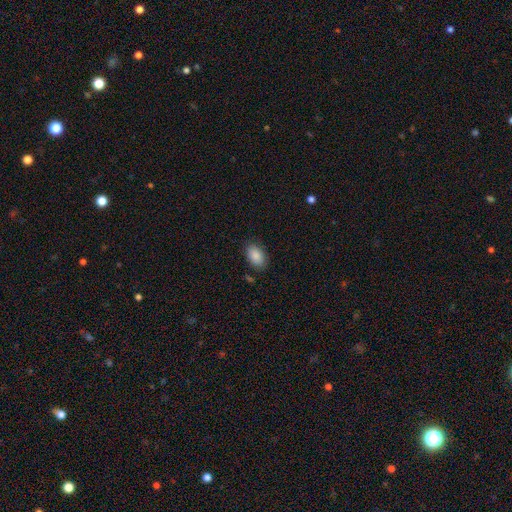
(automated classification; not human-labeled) smooth 88%, star or artifact 7%, featured or disk 5%. Down the decision tree: how rounded — in between (90%); merging — none (84%).